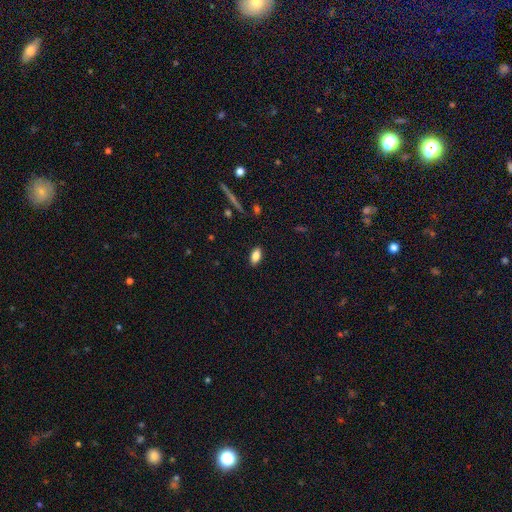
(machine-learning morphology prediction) A smooth galaxy with no disk features (83%) that is in between round and cigar-shaped (89%).

Vote fractions:
- Smooth or featured? smooth: 83% / featured or disk: 9% / star or artifact: 8%
- How rounded? in between: 89% / cigar-shaped: 7% / round: 4%
- Merging? none: 87% / minor disturbance: 9% / major disturbance: 2% / merger: 1%